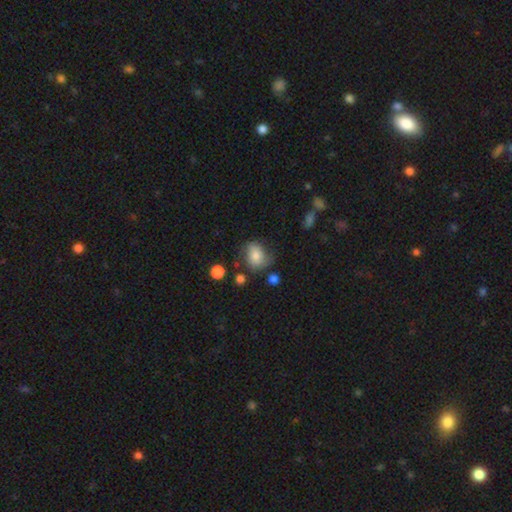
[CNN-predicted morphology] A smooth galaxy with no disk features (71%) that is in between round and cigar-shaped (52%).

Vote fractions:
- Smooth or featured? smooth: 71% / featured or disk: 19% / star or artifact: 10%
- How rounded? in between: 52% / round: 46% / cigar-shaped: 1%
- Merging? none: 54% / minor disturbance: 30% / major disturbance: 12% / merger: 4%